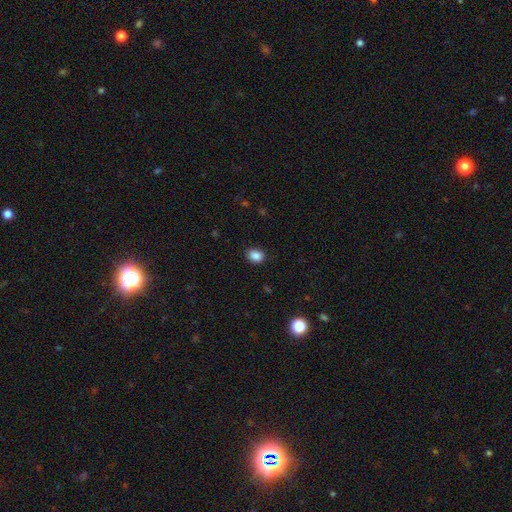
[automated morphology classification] smooth-or-featured: smooth: 87% | star or artifact: 10% | featured or disk: 4%
  how-rounded: in between: 52% | round: 47% | cigar-shaped: 1%
  merging: none: 88% | minor disturbance: 9% | major disturbance: 2% | merger: 1%